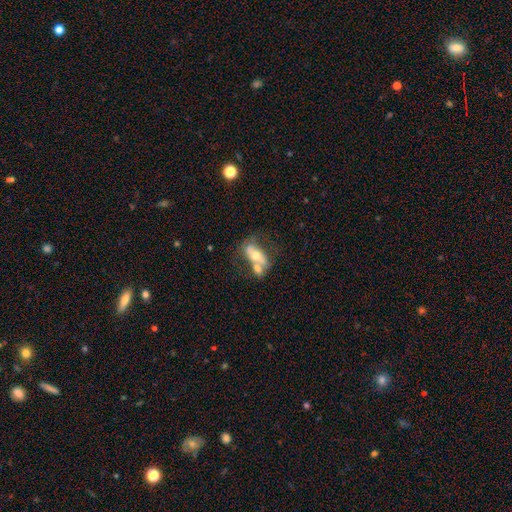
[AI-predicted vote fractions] The model was most divided on "smooth or featured": featured or disk: 50%, smooth: 42%, star or artifact: 8%. Remaining: edge-on disk — no (85%); merging — merger (47%).